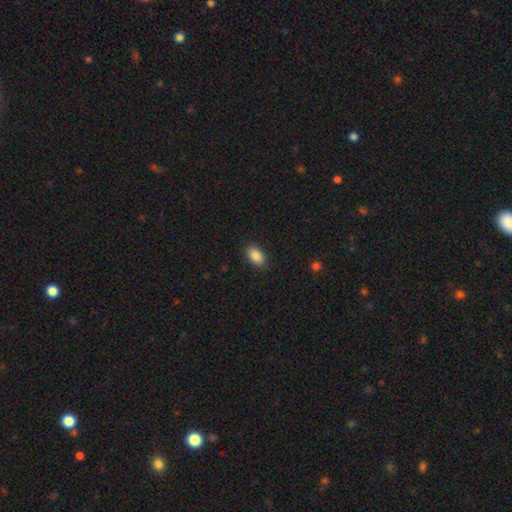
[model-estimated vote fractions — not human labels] smooth 88%, star or artifact 8%, featured or disk 5%. Down the decision tree: how rounded — in between (90%); merging — none (88%).